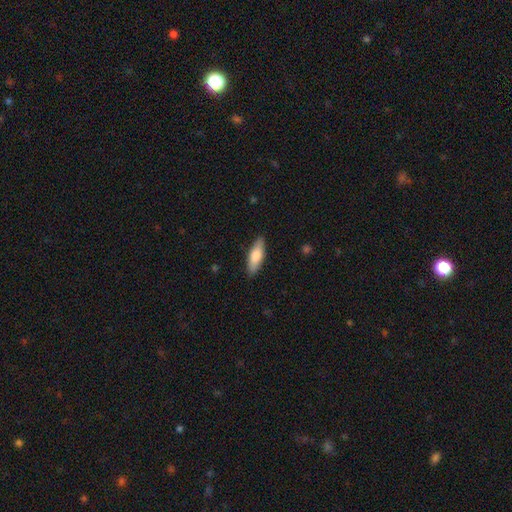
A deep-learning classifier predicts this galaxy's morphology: smooth_or_featured: smooth (p=0.74) [alt: featured or disk p=0.20]
how_rounded: in between (p=0.59) [alt: cigar-shaped p=0.39]
merging: none (p=0.87) [alt: minor disturbance p=0.10]